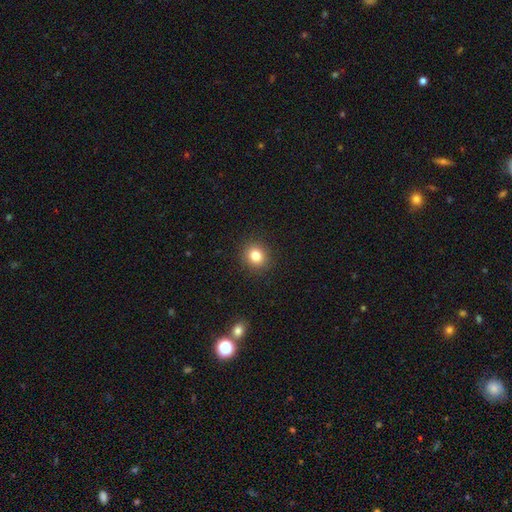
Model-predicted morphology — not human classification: type=smooth (82%); roundness=round (83%); merging=none (91%).